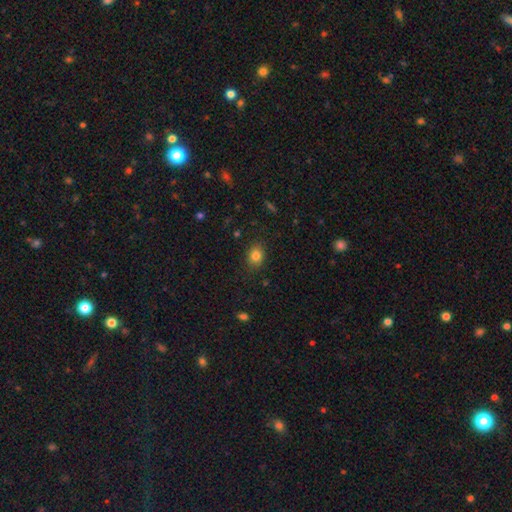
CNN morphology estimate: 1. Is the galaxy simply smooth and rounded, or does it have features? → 82% smooth, 11% star or artifact, 6% featured or disk.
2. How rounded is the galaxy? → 53% in between, 46% round, 1% cigar-shaped.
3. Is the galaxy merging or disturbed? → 85% none, 11% minor disturbance, 3% major disturbance, 1% merger.